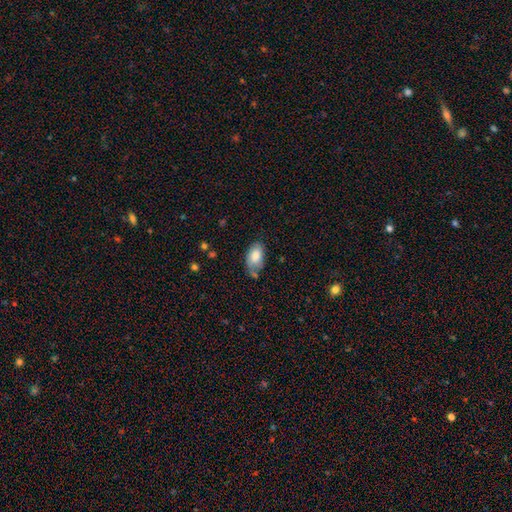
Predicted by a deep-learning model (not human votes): Q: Smooth or featured?
A: smooth (82%); runner-up: featured or disk (12%)
Q: How rounded?
A: in between (94%); runner-up: round (5%)
Q: Merging?
A: none (58%); runner-up: minor disturbance (29%)